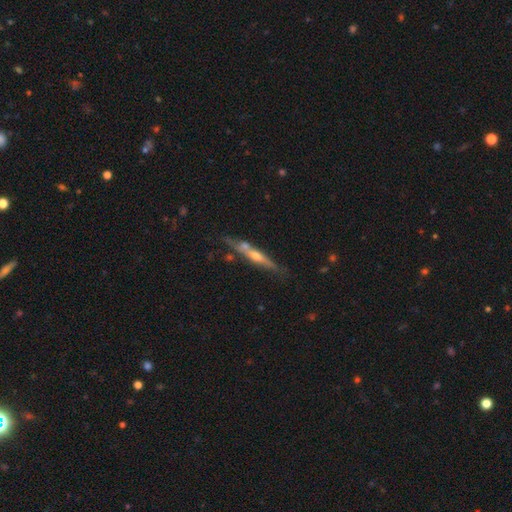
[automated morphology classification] smooth_or_featured: featured or disk (p=0.70) [alt: smooth p=0.23]
disk_edge_on: yes (p=0.93) [alt: no p=0.07]
edge_on_bulge: rounded (p=0.81) [alt: none p=0.12]
merging: none (p=0.66) [alt: minor disturbance p=0.16]